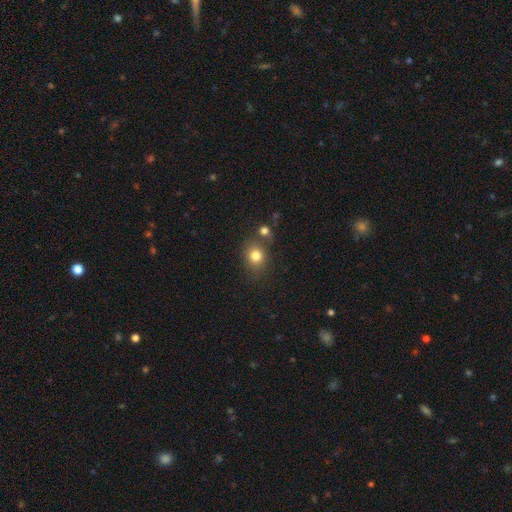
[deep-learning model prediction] Smooth or featured? Predicted: smooth (p=0.79). How rounded? Predicted: round (p=0.69). Merging? Predicted: none (p=0.66).